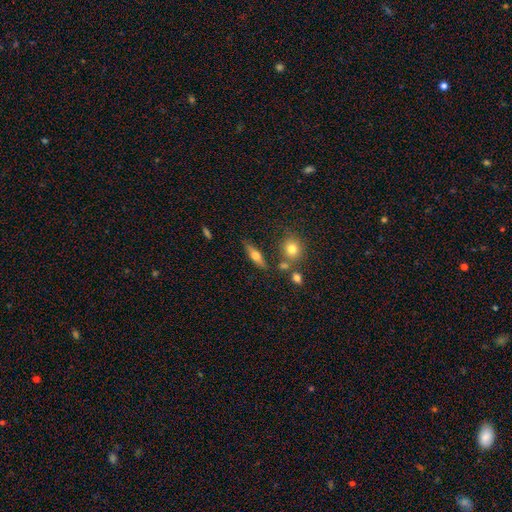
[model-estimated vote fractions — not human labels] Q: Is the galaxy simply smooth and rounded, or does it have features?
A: smooth — 53%.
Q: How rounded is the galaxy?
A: cigar-shaped — 49%.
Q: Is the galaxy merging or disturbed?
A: none — 75%.